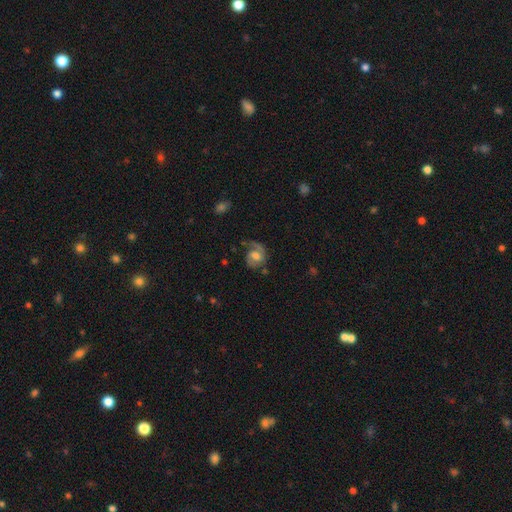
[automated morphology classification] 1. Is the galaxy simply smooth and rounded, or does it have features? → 68% featured or disk, 25% smooth, 7% star or artifact.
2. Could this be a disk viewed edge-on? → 97% no, 3% yes.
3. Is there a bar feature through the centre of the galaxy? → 52% no, 40% weak, 8% strong.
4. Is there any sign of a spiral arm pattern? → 90% yes, 10% no.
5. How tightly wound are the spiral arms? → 46% medium, 28% tight, 26% loose.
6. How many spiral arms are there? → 53% 2, 38% 1, 7% can't tell, 1% 3, 1% 4, 1% more than 4.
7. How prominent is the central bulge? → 56% moderate, 19% large, 17% small, 5% none, 2% dominant.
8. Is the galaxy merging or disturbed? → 55% none, 22% minor disturbance, 20% major disturbance, 3% merger.